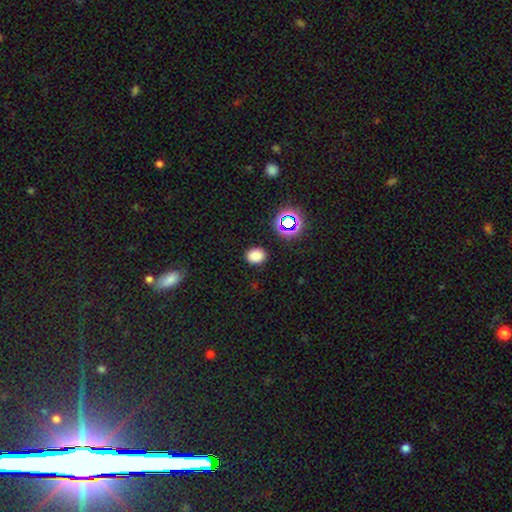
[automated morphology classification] This is likely a smooth galaxy (79%). How rounded: possibly in between (58%). Merging: clearly none (88%).